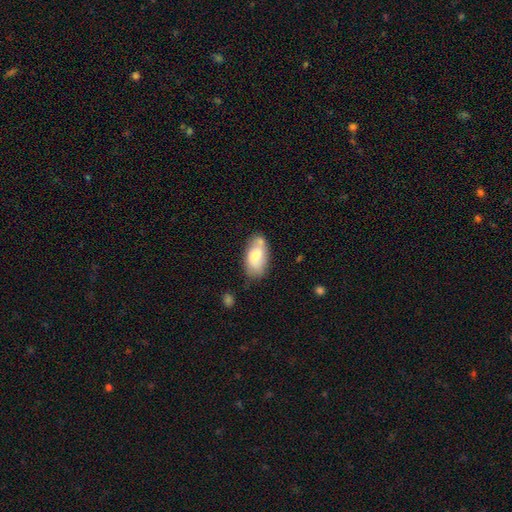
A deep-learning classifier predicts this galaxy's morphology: This appears to be a smooth galaxy with no disk features (69%) that is in between round and cigar-shaped (93%). Merging: none (58%).